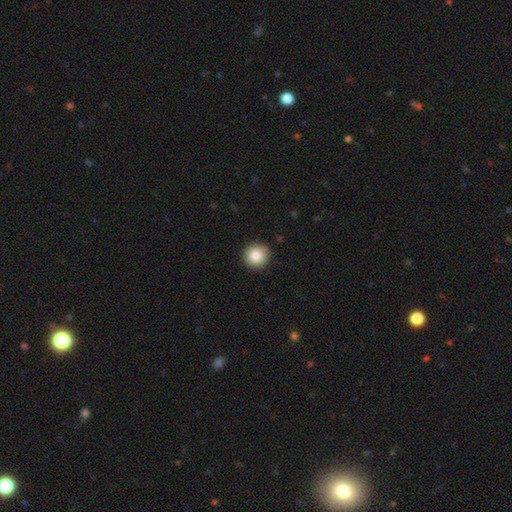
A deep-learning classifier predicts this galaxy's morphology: Smooth or featured? smooth (85%)
How rounded? round (93%)
Merging? none (90%)